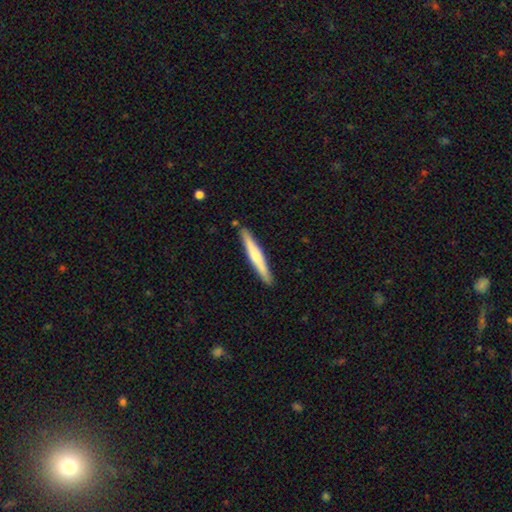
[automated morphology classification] type=smooth (51%); roundness=cigar-shaped (95%); merging=none (90%).